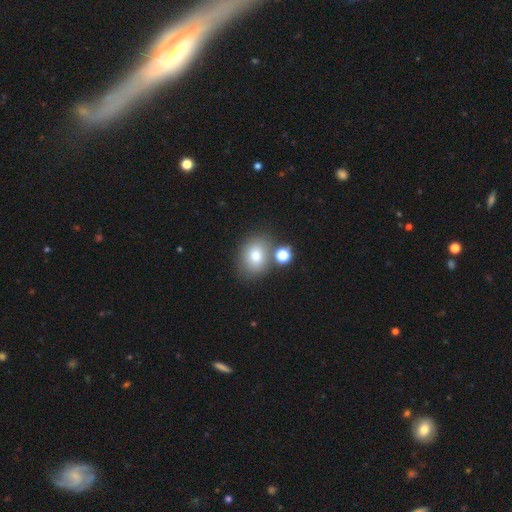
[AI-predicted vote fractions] The model was most divided on "how rounded": in between: 52%, round: 47%, cigar-shaped: 1%. More confident: smooth or featured — smooth (77%); merging — none (69%).